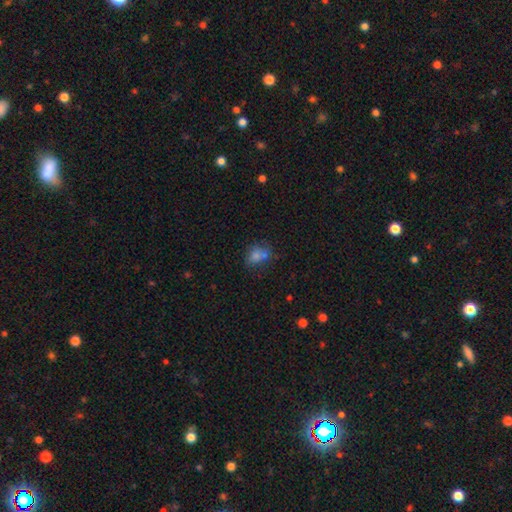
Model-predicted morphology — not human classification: smooth-or-featured: smooth: 73% | star or artifact: 14% | featured or disk: 13%
  how-rounded: in between: 61% | round: 37% | cigar-shaped: 2%
  merging: none: 43% | merger: 29% | minor disturbance: 19% | major disturbance: 9%